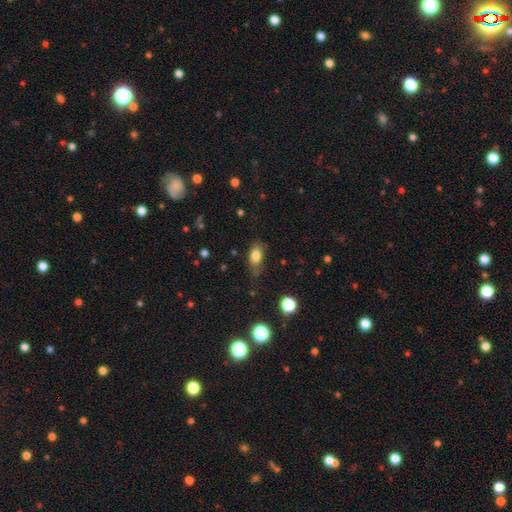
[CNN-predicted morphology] smooth 79%, featured or disk 11%, star or artifact 10%. Down the decision tree: how rounded — in between (83%); merging — none (61%).